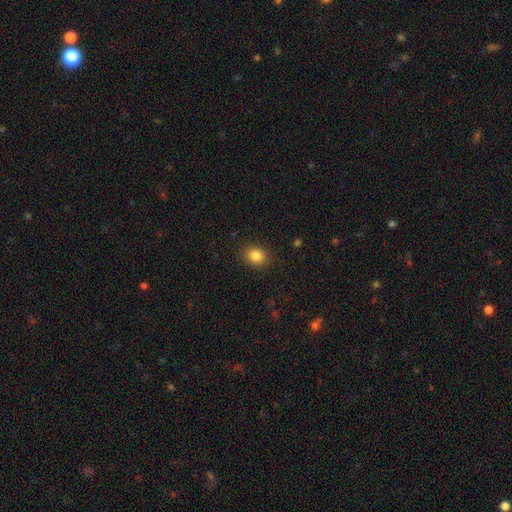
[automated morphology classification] The model was most divided on "how rounded": round: 65%, in between: 34%, cigar-shaped: 1%. More confident: merging — none (88%); smooth or featured — smooth (85%).